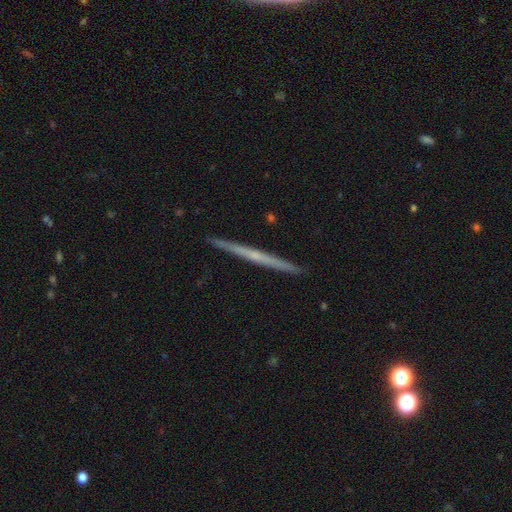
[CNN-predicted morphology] Smooth or featured: featured or disk — 68% (smooth — 27%)
Edge-on disk: yes — 98% (no — 2%)
Edge-on bulge: none — 67% (rounded — 28%)
Merging: none — 93% (minor disturbance — 5%)